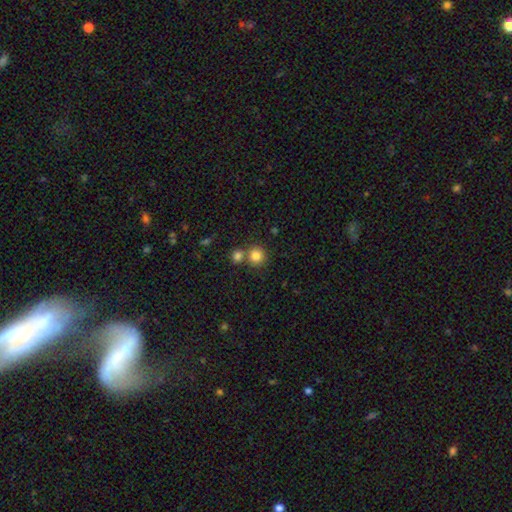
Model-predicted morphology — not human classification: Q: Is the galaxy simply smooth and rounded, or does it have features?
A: smooth — 83%.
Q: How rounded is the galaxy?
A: round — 90%.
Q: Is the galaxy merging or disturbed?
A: none — 61%.